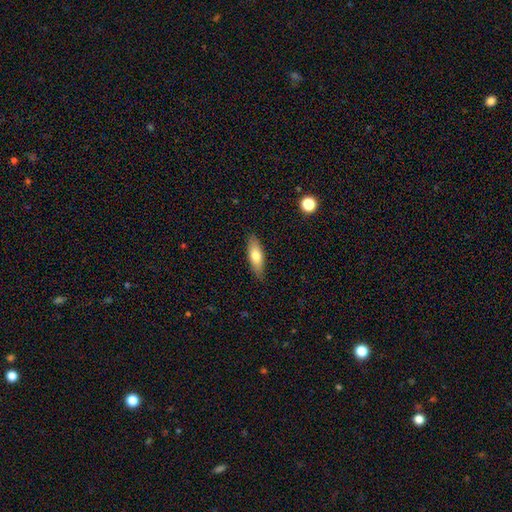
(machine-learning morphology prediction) Smooth or featured? smooth (70%)
How rounded? in between (55%)
Merging? none (86%)